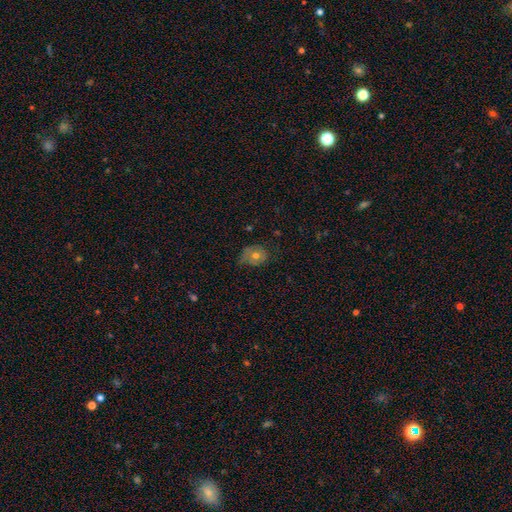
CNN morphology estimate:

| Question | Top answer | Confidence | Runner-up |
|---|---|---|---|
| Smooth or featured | smooth | 55% | featured or disk (33%) |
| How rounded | round | 54% | in between (44%) |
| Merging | none | 55% | minor disturbance (31%) |